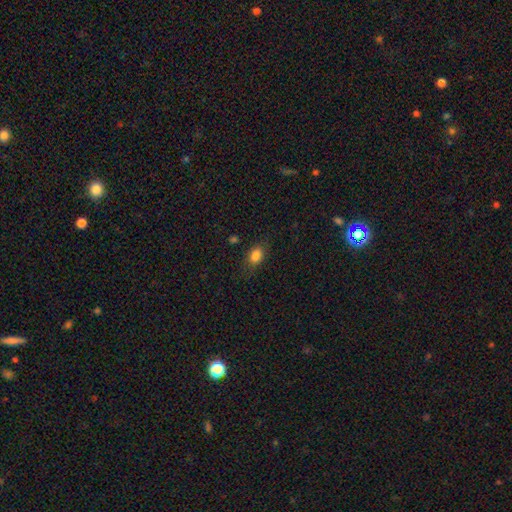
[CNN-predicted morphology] The model was most divided on "how rounded": in between: 74%, round: 24%, cigar-shaped: 2%. More confident: smooth or featured — smooth (83%); merging — none (77%).